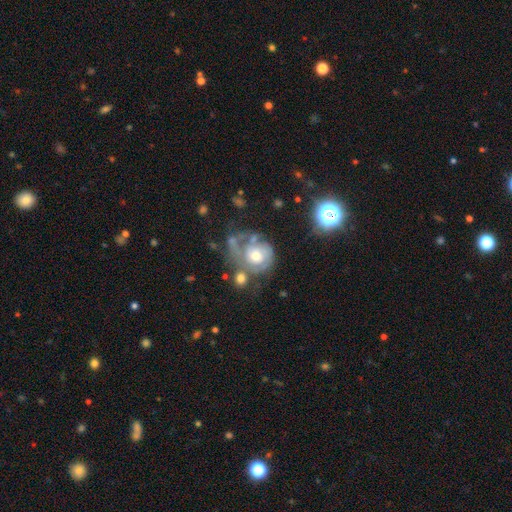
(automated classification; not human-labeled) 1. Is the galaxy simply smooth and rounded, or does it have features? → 68% featured or disk, 24% smooth, 8% star or artifact.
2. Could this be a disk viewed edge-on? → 97% no, 3% yes.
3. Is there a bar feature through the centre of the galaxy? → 79% no, 17% weak, 4% strong.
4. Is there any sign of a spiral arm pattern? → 74% yes, 26% no.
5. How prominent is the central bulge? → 69% moderate, 16% small, 12% large, 2% none, 1% dominant.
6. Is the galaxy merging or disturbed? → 33% none, 32% major disturbance, 19% minor disturbance, 16% merger.